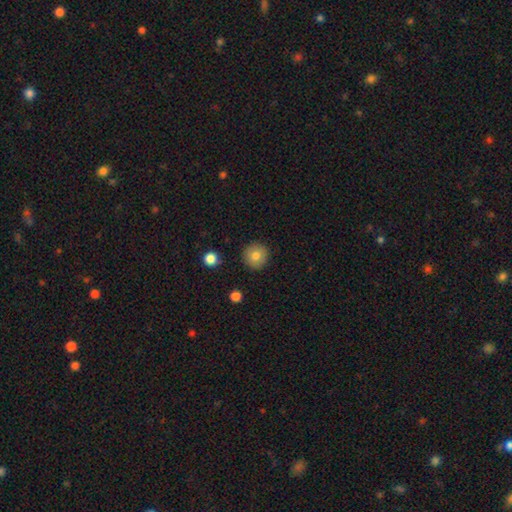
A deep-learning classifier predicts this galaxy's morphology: Overall: smooth (79%). How rounded: round (95%). Merging: none (91%).